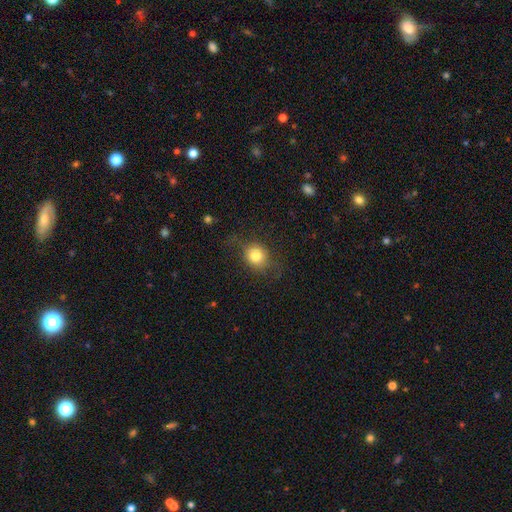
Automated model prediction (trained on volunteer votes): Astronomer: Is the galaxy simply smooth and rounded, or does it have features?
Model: smooth — 77%.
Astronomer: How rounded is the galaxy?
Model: round — 73%.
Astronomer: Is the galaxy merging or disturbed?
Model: none — 69%.